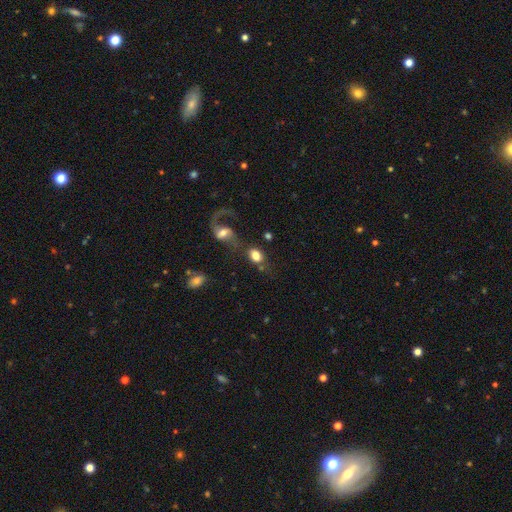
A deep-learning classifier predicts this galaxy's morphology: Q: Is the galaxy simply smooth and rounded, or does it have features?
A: smooth — 71%.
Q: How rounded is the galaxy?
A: in between — 61%.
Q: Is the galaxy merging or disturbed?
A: none — 44%.